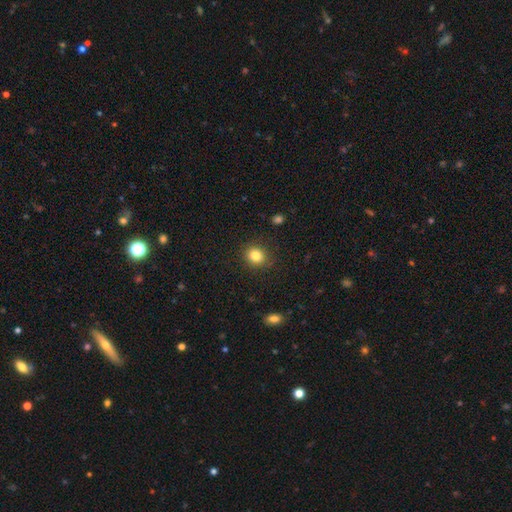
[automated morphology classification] Q: Smooth or featured?
A: smooth (83%); runner-up: star or artifact (11%)
Q: How rounded?
A: round (75%); runner-up: in between (24%)
Q: Merging?
A: none (87%); runner-up: minor disturbance (10%)